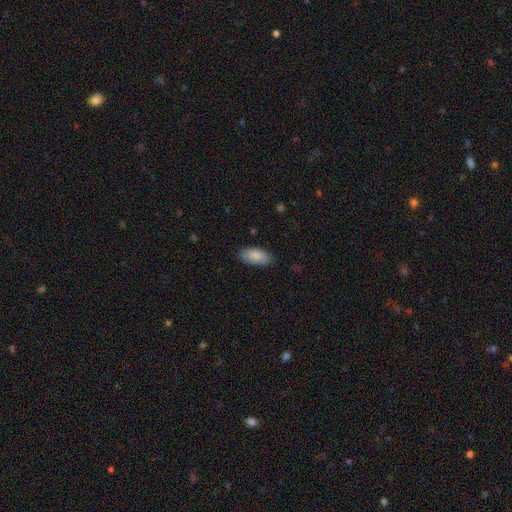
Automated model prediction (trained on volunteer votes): Smooth or featured? Predicted: smooth (p=0.87). How rounded? Predicted: in between (p=0.92). Merging? Predicted: none (p=0.82).